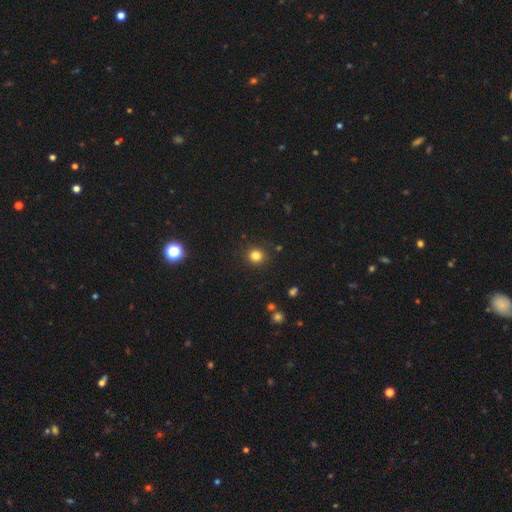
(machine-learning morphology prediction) smooth 82%, star or artifact 13%, featured or disk 5%. Down the decision tree: how rounded — round (89%); merging — none (89%).